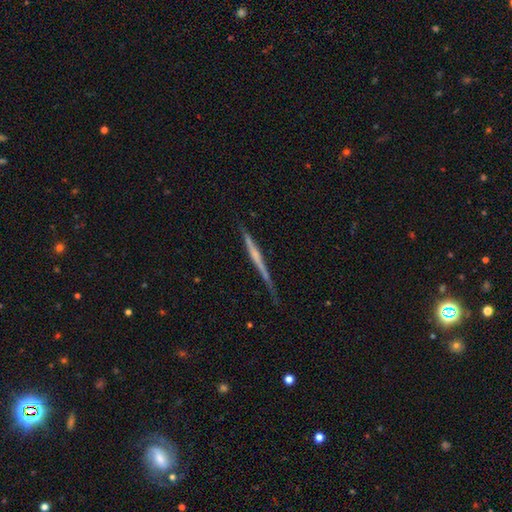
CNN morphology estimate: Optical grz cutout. It shows a featured or disk galaxy (65%) viewed edge-on (97%) with no central bulge (65%). Merging: none (74%).